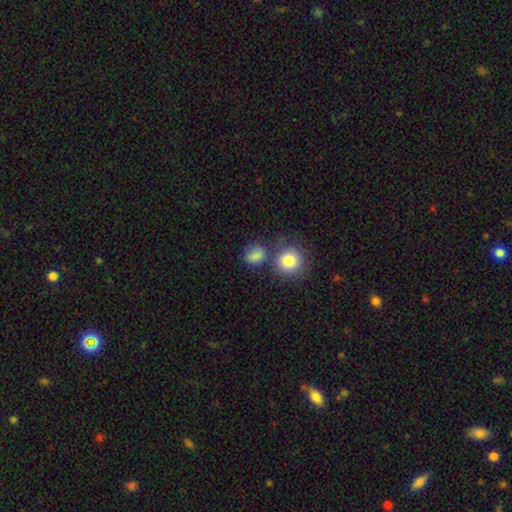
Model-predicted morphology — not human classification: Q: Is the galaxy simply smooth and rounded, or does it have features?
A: smooth — 81%.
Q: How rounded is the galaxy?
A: round — 57%.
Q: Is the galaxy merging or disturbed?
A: none — 56%.